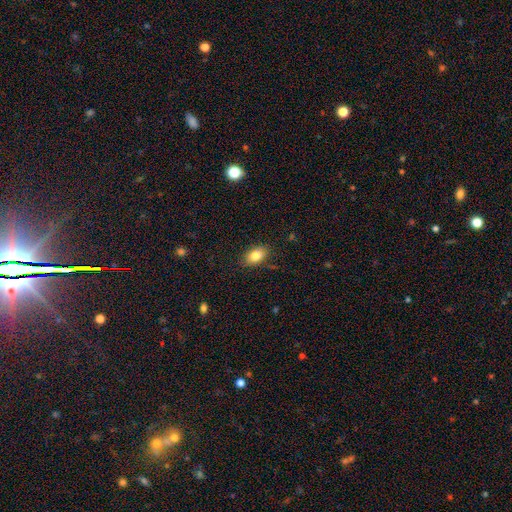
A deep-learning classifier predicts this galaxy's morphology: smooth_or_featured: smooth (p=0.83) [alt: featured or disk p=0.09]
how_rounded: in between (p=0.87) [alt: round p=0.11]
merging: none (p=0.84) [alt: minor disturbance p=0.12]